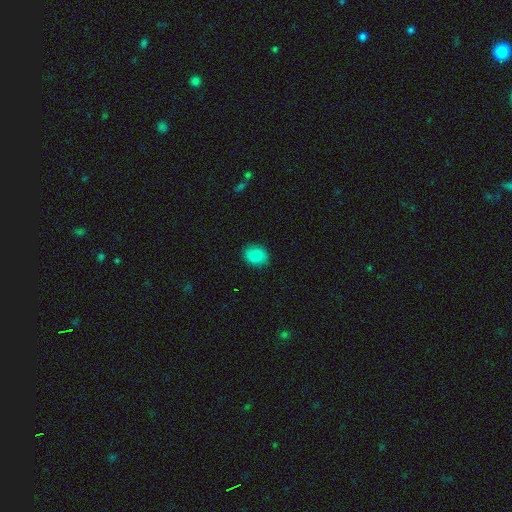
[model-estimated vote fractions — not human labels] smooth_or_featured: smooth (p=0.84) [alt: star or artifact p=0.08]
how_rounded: round (p=0.52) [alt: in between p=0.47]
merging: none (p=0.86) [alt: minor disturbance p=0.10]